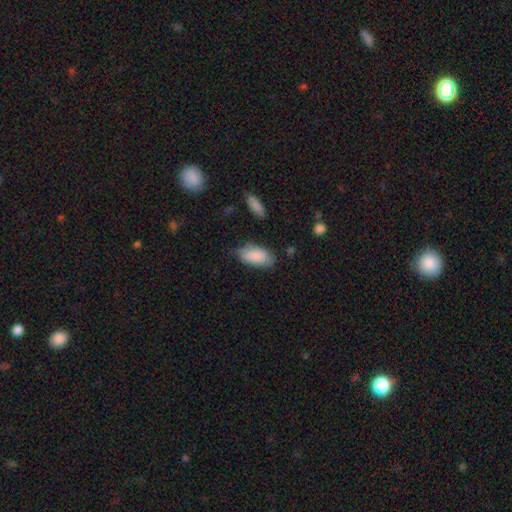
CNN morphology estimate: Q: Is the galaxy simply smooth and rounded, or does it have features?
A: smooth — 81%.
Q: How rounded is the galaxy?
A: in between — 93%.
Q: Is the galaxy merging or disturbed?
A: none — 63%.